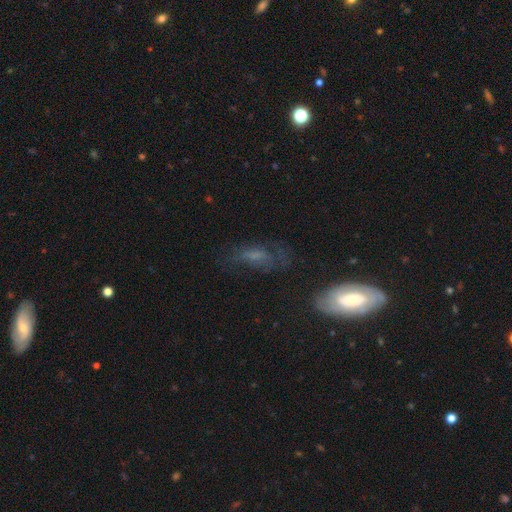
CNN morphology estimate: A featured or disk galaxy (41%, tied with smooth). Merging: none (53%).